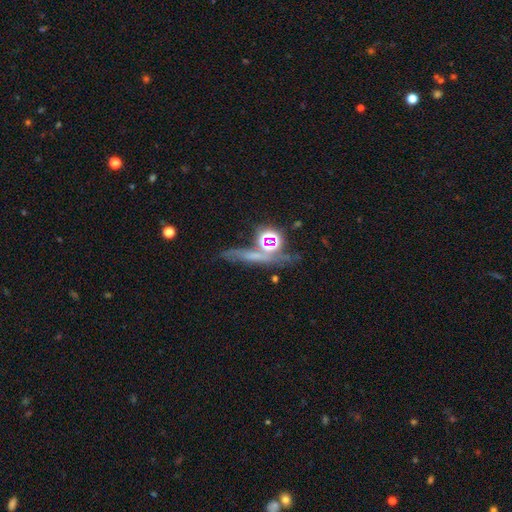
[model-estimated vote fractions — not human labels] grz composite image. It shows a star or artifact, not a galaxy (43%).